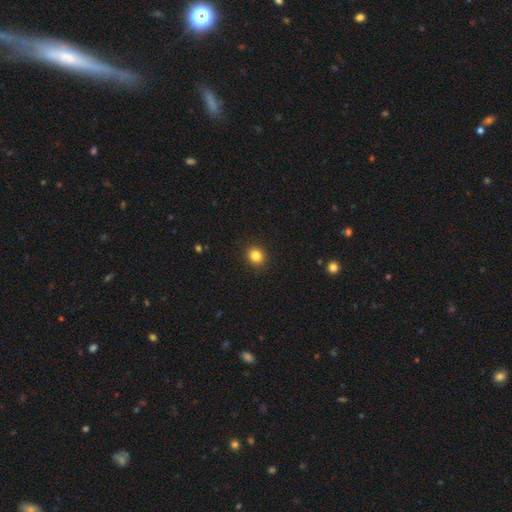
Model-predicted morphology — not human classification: A smooth galaxy with no disk features (84%) that is round (77%).

Vote fractions:
- Smooth or featured? smooth: 84% / star or artifact: 11% / featured or disk: 5%
- How rounded? round: 77% / in between: 22% / cigar-shaped: 1%
- Merging? none: 91% / minor disturbance: 6% / major disturbance: 2% / merger: 1%